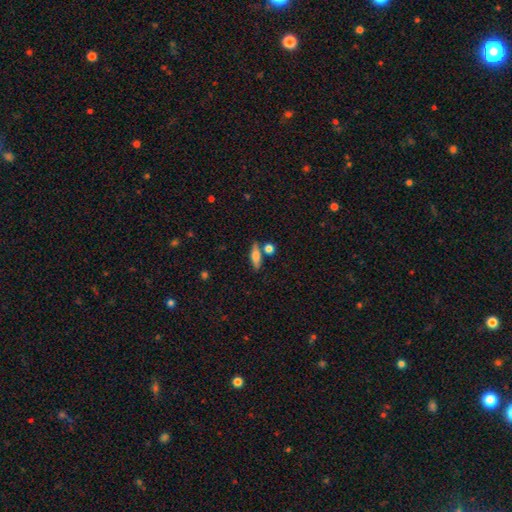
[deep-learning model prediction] Smooth or featured: smooth — 63% (featured or disk — 29%)
How rounded: cigar-shaped — 51% (in between — 44%)
Merging: none — 72% (merger — 12%)